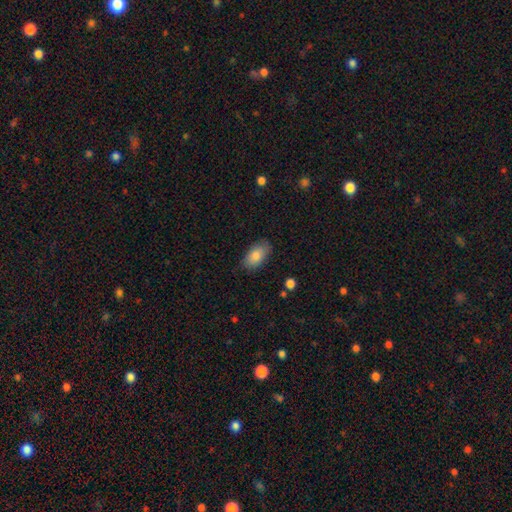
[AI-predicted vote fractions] smooth_or_featured: smooth (p=0.84) [alt: featured or disk p=0.10]
how_rounded: in between (p=0.93) [alt: round p=0.04]
merging: none (p=0.82) [alt: minor disturbance p=0.14]